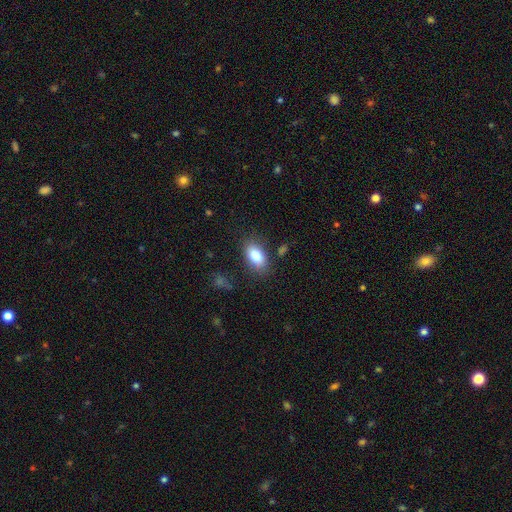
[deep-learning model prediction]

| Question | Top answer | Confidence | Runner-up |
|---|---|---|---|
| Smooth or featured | smooth | 84% | featured or disk (8%) |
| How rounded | in between | 91% | round (6%) |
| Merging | none | 79% | minor disturbance (14%) |